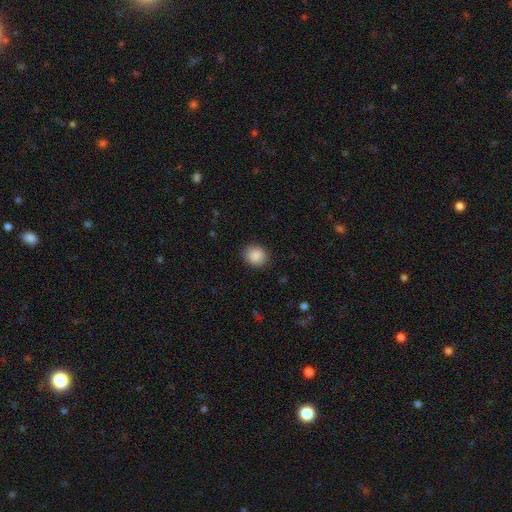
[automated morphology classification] A smooth galaxy with no disk features (88%) that is round (80%).

Vote fractions:
- Smooth or featured? smooth: 88% / star or artifact: 9% / featured or disk: 4%
- How rounded? round: 80% / in between: 19% / cigar-shaped: 1%
- Merging? none: 89% / minor disturbance: 7% / major disturbance: 2% / merger: 1%